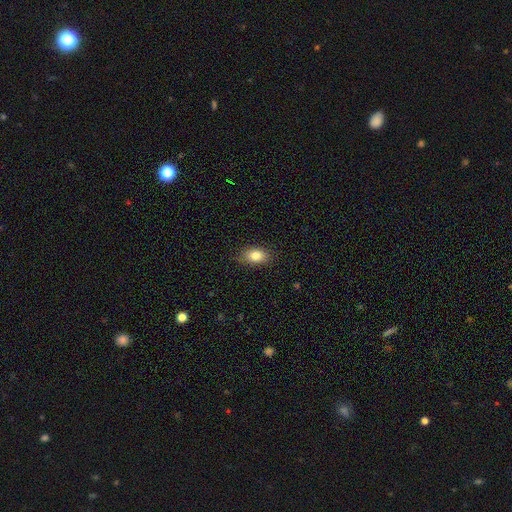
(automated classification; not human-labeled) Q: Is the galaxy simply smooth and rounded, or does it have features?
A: smooth — 83%.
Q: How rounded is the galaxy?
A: in between — 84%.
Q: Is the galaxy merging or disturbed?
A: none — 84%.